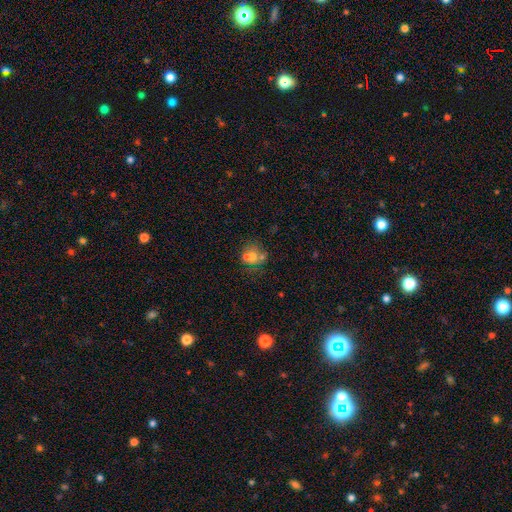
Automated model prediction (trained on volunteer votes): A smooth galaxy with no disk features (52%) that is round (79%). Merging: none (54%).